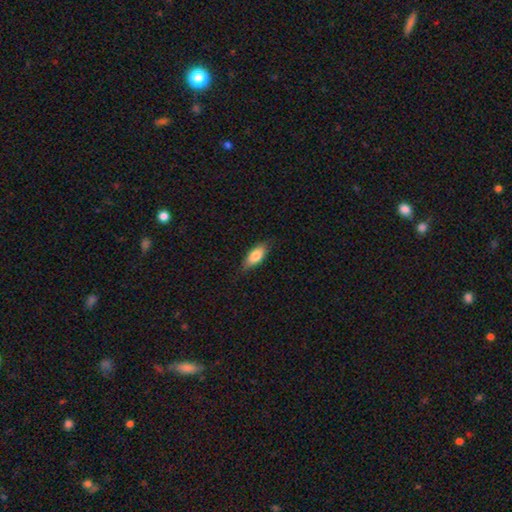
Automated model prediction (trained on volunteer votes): smooth_or_featured: smooth (p=0.77) [alt: featured or disk p=0.16]
how_rounded: in between (p=0.81) [alt: cigar-shaped p=0.16]
merging: none (p=0.81) [alt: minor disturbance p=0.16]